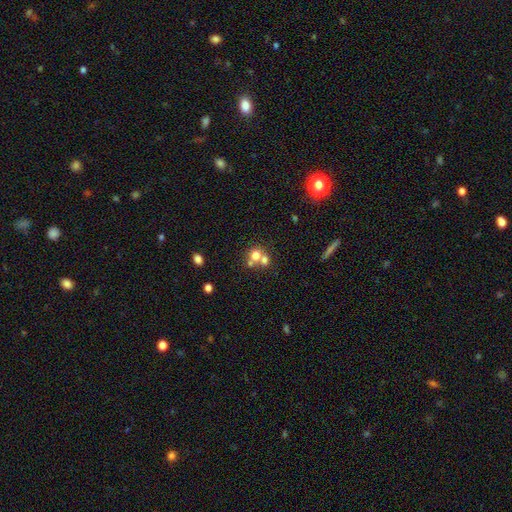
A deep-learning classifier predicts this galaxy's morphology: Smooth or featured: smooth — 69% (featured or disk — 18%)
How rounded: round — 76% (in between — 22%)
Merging: merger — 56% (none — 34%)